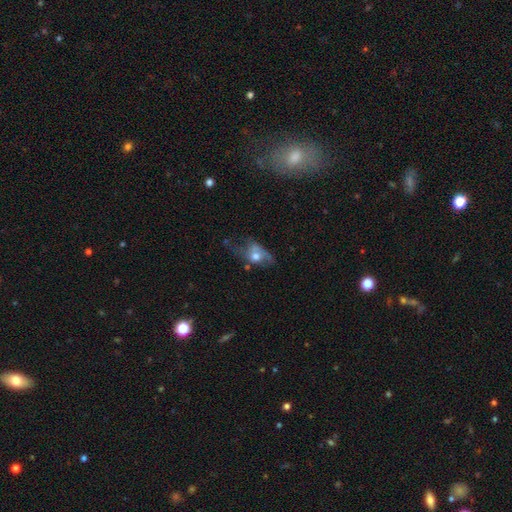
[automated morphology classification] smooth-or-featured: featured or disk: 49% | smooth: 42% | star or artifact: 9%
  merging: major disturbance: 39% | none: 29% | minor disturbance: 25% | merger: 7%